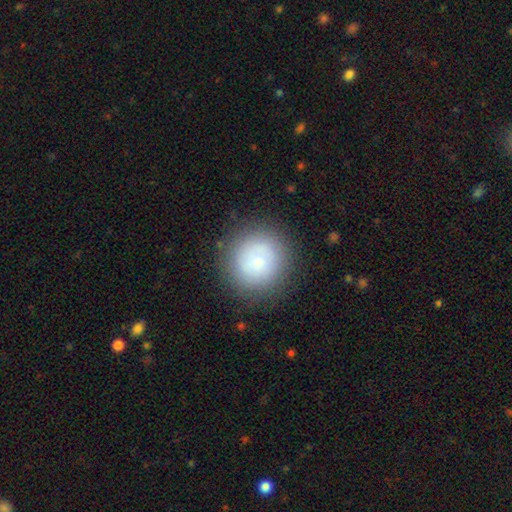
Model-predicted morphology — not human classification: smooth-or-featured: smooth: 76% | featured or disk: 14% | star or artifact: 10%
  how-rounded: round: 94% | in between: 5% | cigar-shaped: 1%
  merging: none: 87% | minor disturbance: 9% | major disturbance: 3% | merger: 1%